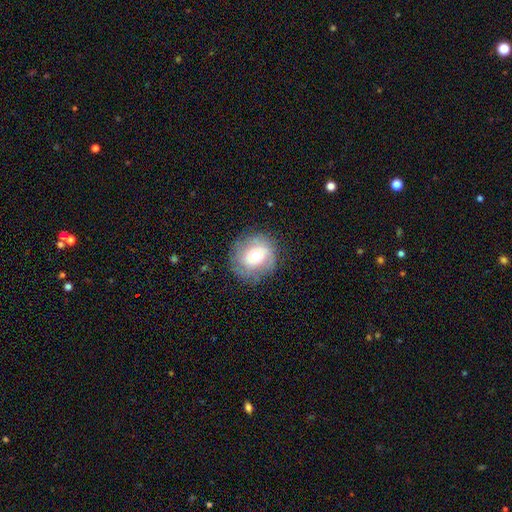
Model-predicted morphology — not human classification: A smooth galaxy with no disk features (48%). Merging: none (76%).